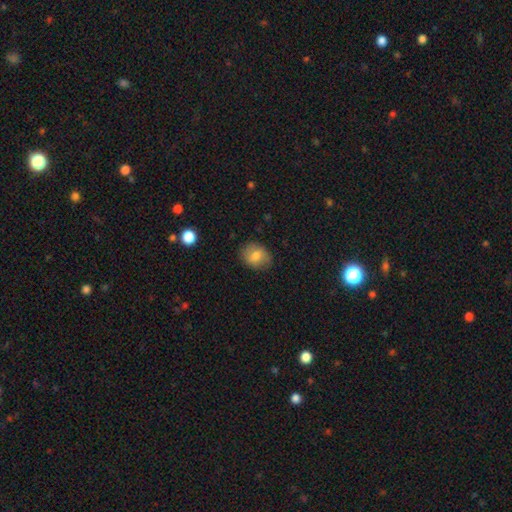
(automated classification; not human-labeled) Q: Smooth or featured?
A: smooth (72%); runner-up: featured or disk (20%)
Q: How rounded?
A: in between (53%); runner-up: round (46%)
Q: Merging?
A: none (80%); runner-up: minor disturbance (15%)